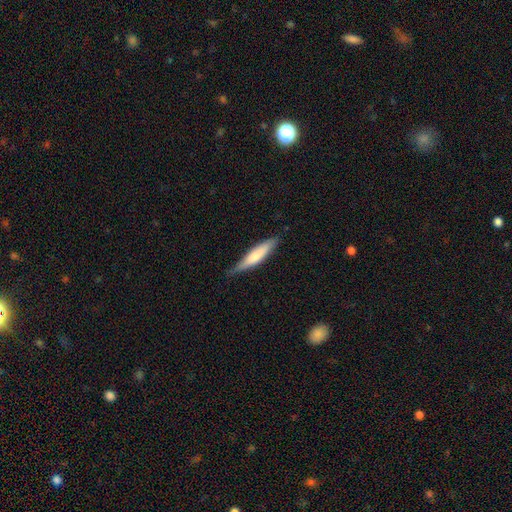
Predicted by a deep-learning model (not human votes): Overall: smooth (67%; featured or disk 28%). How rounded: cigar-shaped (80%). Merging: none (74%).